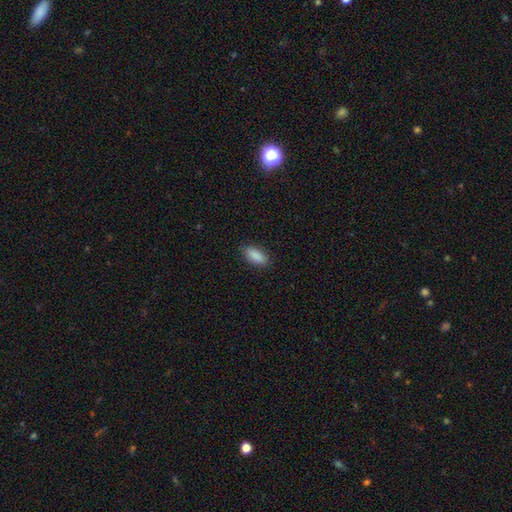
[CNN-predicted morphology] type=smooth (90%); roundness=in between (88%); merging=none (87%).